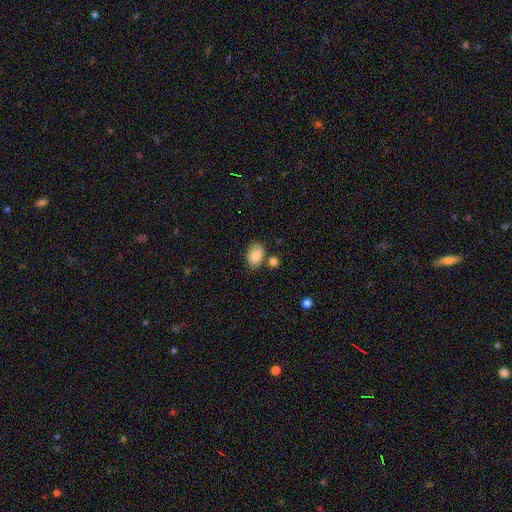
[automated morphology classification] This appears to be a smooth galaxy with no disk features (85%) that is in between round and cigar-shaped (83%). Merging: none (71%).